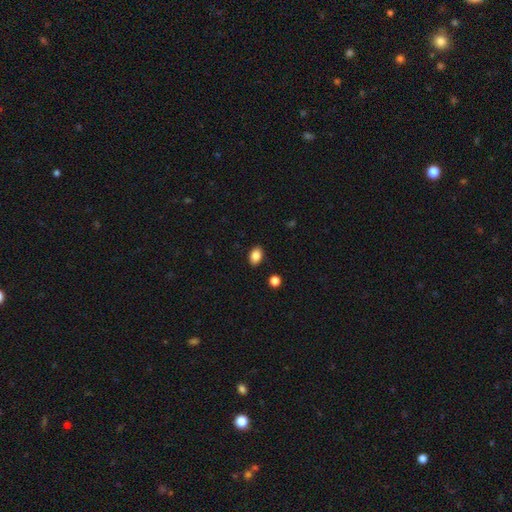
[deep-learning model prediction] The model was most divided on "how rounded": in between: 82%, round: 17%, cigar-shaped: 1%. More confident: merging — none (88%); smooth or featured — smooth (86%).